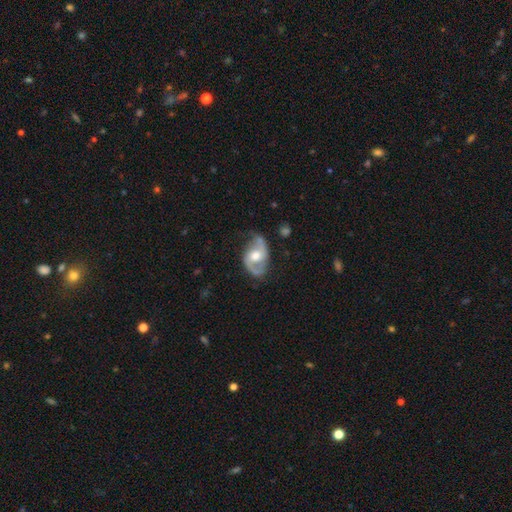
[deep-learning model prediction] A featured or disk galaxy (83%) with no bar (57%), 2 (88%) medium (50%) spiral arms (91%) and a moderate central bulge (65%).

Vote fractions:
- Smooth or featured? featured or disk: 83% / smooth: 12% / star or artifact: 5%
- Edge-on disk? no: 96% / yes: 4%
- Bar? no: 57% / weak: 34% / strong: 9%
- Spiral arms? yes: 91% / no: 9%
- Spiral winding? medium: 50% / loose: 32% / tight: 18%
- Spiral arm count? 2: 88% / can't tell: 5% / 1: 4% / 3: 1% / 4: 1% / more than 4: 1%
- Bulge size? moderate: 65% / large: 24% / small: 8% / none: 2% / dominant: 1%
- Merging? none: 65% / minor disturbance: 23% / major disturbance: 10% / merger: 2%